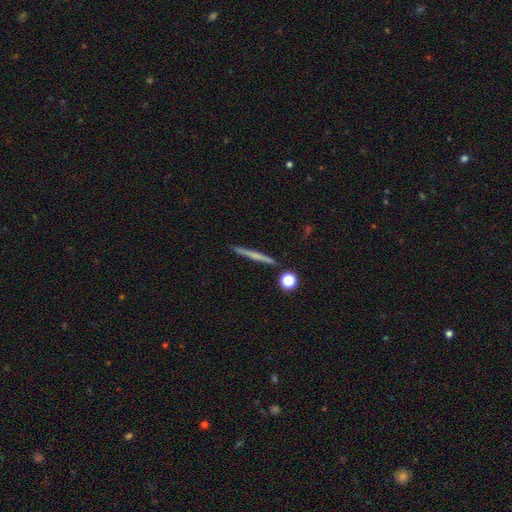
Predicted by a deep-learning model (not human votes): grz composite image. It shows a smooth galaxy with no disk features (48%). Merging: none (90%).